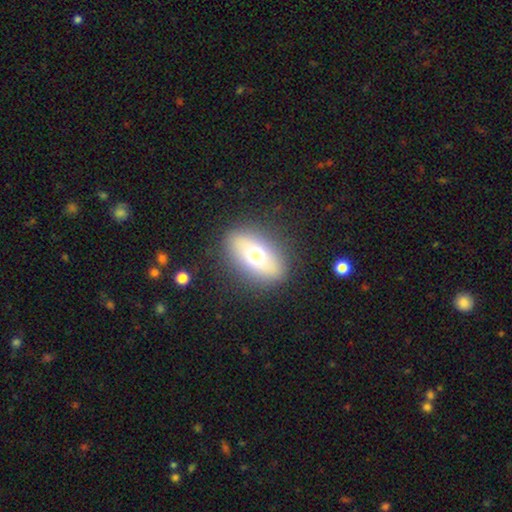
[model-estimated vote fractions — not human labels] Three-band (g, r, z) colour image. It shows a smooth galaxy with no disk features (62%) that is in between round and cigar-shaped (77%). Merging: none (86%).